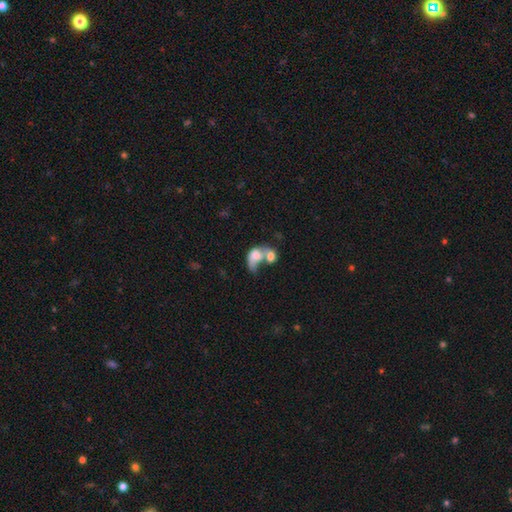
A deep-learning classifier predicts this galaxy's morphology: Overall: smooth (57%; featured or disk 34%). How rounded: in between (72%). Merging: merger (73%).